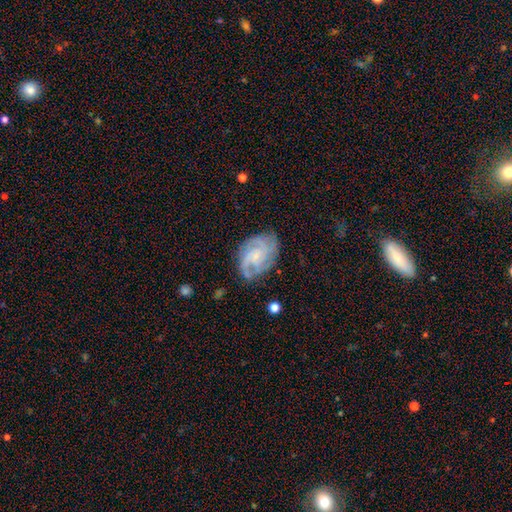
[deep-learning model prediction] A featured or disk galaxy (86%) with no bar (62%), 3 (35%) tight (56%) spiral arms (97%) and a small central bulge (69%).

Vote fractions:
- Smooth or featured? featured or disk: 86% / smooth: 9% / star or artifact: 6%
- Edge-on disk? no: 98% / yes: 2%
- Bar? no: 62% / weak: 33% / strong: 5%
- Spiral arms? yes: 97% / no: 3%
- Spiral winding? tight: 56% / medium: 36% / loose: 8%
- Spiral arm count? 3: 35% / can't tell: 19% / 4: 18% / 2: 16% / more than 4: 6% / 1: 6%
- Bulge size? small: 69% / moderate: 16% / none: 13% / large: 1% / dominant: 1%
- Merging? none: 74% / minor disturbance: 18% / major disturbance: 7% / merger: 1%